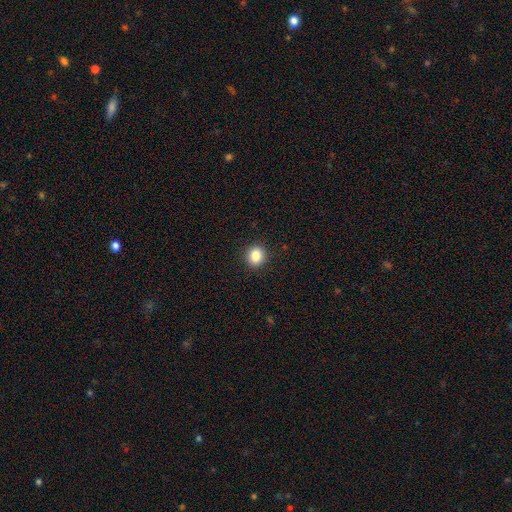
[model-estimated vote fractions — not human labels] Smooth or featured: smooth — 85% (star or artifact — 10%)
How rounded: round — 76% (in between — 23%)
Merging: none — 91% (minor disturbance — 6%)